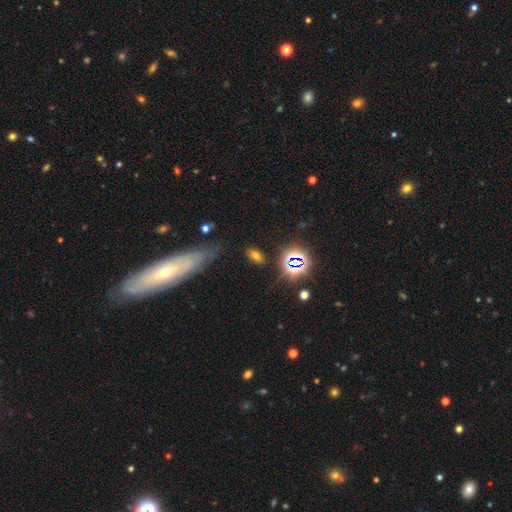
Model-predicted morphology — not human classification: Smooth or featured: smooth — 60% (star or artifact — 27%)
How rounded: in between — 87% (round — 8%)
Merging: none — 81% (minor disturbance — 11%)